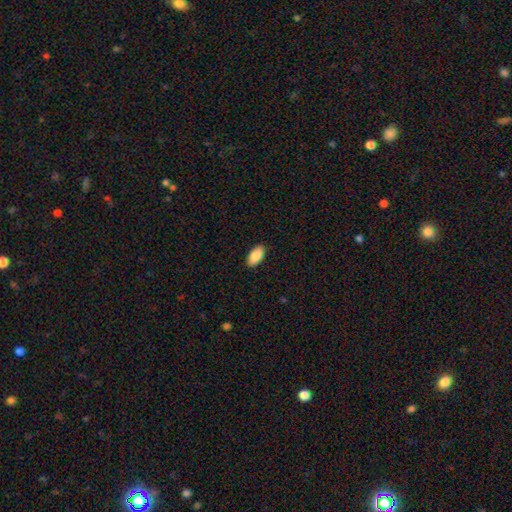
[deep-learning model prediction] Smooth or featured?
  - smooth: 89% *
  - star or artifact: 6%
  - featured or disk: 5%
How rounded?
  - in between: 93% *
  - cigar-shaped: 5%
  - round: 2%
Merging?
  - none: 90% *
  - minor disturbance: 7%
  - major disturbance: 2%
  - merger: 1%